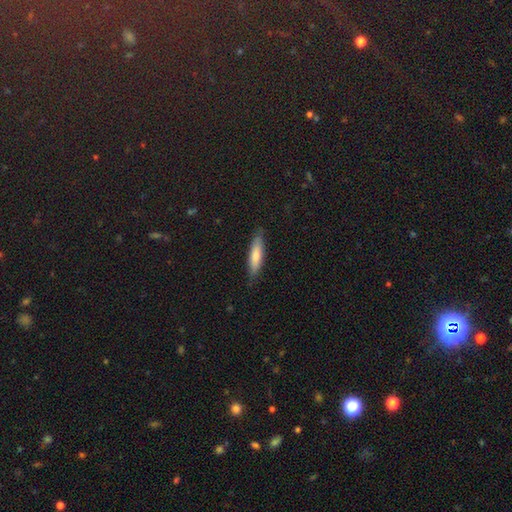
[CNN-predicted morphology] Overall: smooth (74%). How rounded: cigar-shaped (70%). Merging: none (83%).